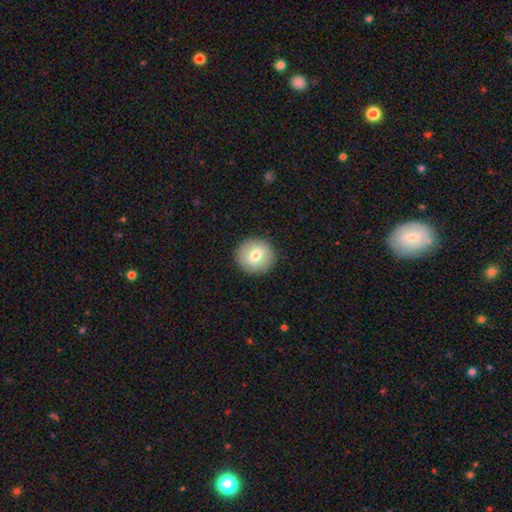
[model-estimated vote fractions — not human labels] Smooth or featured: smooth — 69% (featured or disk — 23%)
How rounded: round — 93% (in between — 6%)
Merging: none — 91% (minor disturbance — 6%)